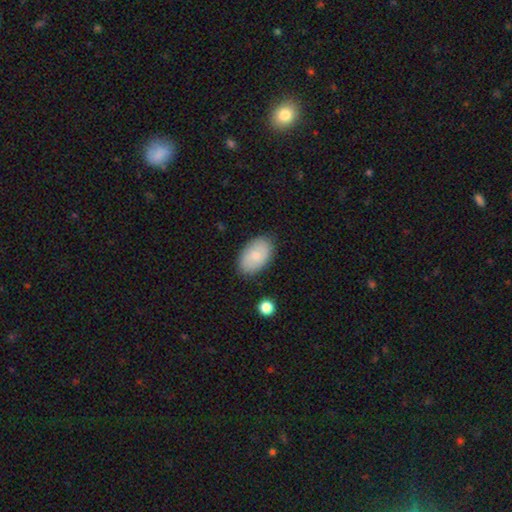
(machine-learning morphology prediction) A smooth galaxy with no disk features (82%) that is in between round and cigar-shaped (94%).

Vote fractions:
- Smooth or featured? smooth: 82% / featured or disk: 12% / star or artifact: 6%
- How rounded? in between: 94% / round: 5% / cigar-shaped: 1%
- Merging? none: 85% / minor disturbance: 11% / major disturbance: 2% / merger: 1%